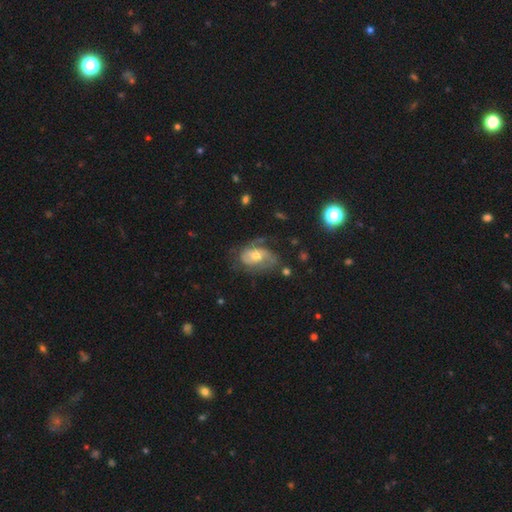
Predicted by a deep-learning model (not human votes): This is likely a featured or disk galaxy (69%). It is clearly not viewed edge-on (96%). Bar: likely no (66%). Spiral arm pattern: clearly yes (83%). Spiral arm count: possibly 2 (48%). Spiral winding: marginally medium (40%). Central bulge: likely moderate (61%). Merging: possibly none (48%).